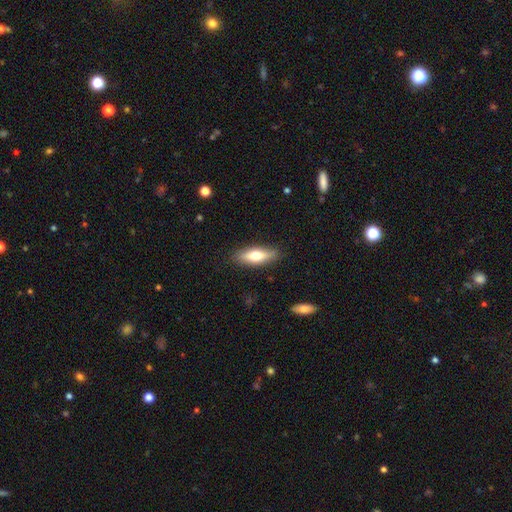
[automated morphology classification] This is likely a smooth galaxy (67%). How rounded: possibly in between (56%). Merging: clearly none (86%).